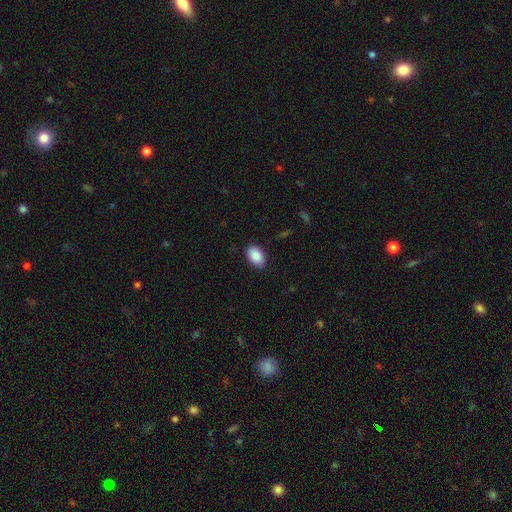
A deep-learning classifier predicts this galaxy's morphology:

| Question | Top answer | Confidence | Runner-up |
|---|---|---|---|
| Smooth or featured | smooth | 89% | star or artifact (7%) |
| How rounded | in between | 90% | round (9%) |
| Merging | none | 86% | minor disturbance (11%) |